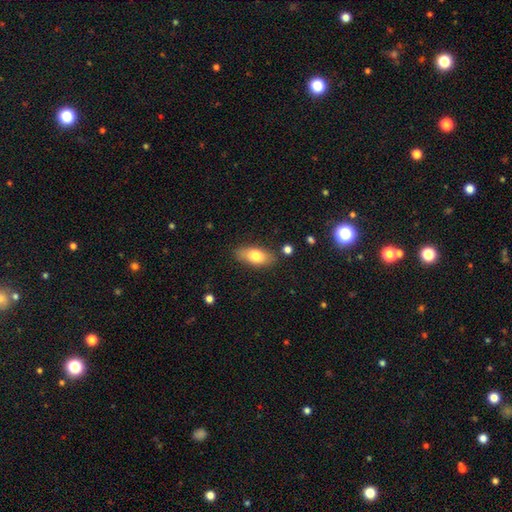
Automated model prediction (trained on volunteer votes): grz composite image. It shows a smooth galaxy with no disk features (76%) that is in between round and cigar-shaped (86%). Merging: none (82%).